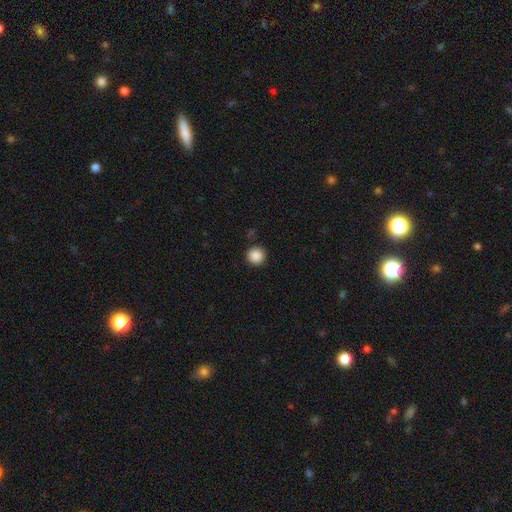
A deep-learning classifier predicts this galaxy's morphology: Smooth or featured: smooth — 88% (star or artifact — 9%)
How rounded: round — 95% (in between — 4%)
Merging: none — 90% (minor disturbance — 6%)